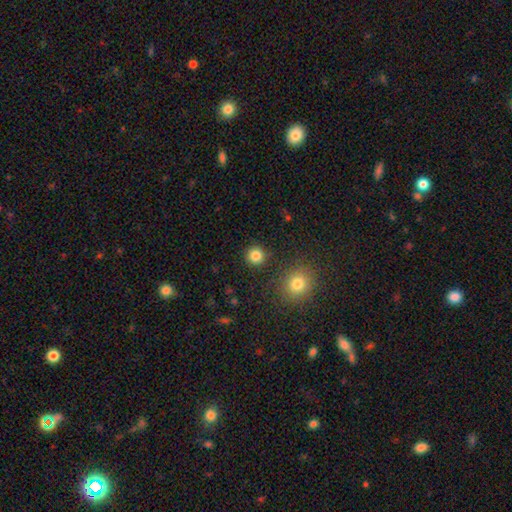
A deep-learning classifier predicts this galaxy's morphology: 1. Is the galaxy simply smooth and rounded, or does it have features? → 84% smooth, 12% star or artifact, 4% featured or disk.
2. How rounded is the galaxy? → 94% round, 5% in between, 1% cigar-shaped.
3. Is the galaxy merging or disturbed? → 90% none, 5% minor disturbance, 2% merger, 2% major disturbance.